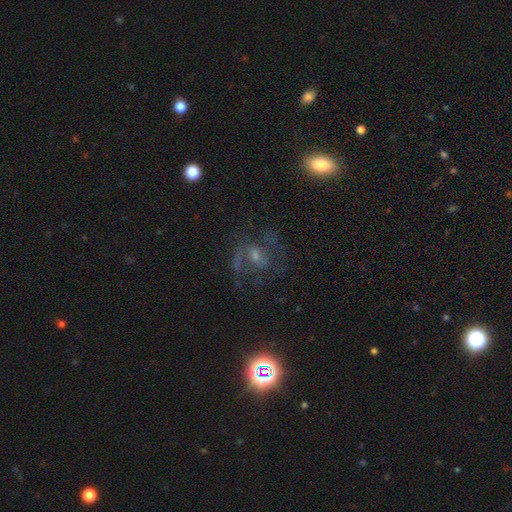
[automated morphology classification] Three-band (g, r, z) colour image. It shows a featured or disk galaxy (67%) with no bar (44%, tied with weak), 2 (57%) medium (50%) spiral arms (82%) and a small central bulge (46%). Merging: none (57%).